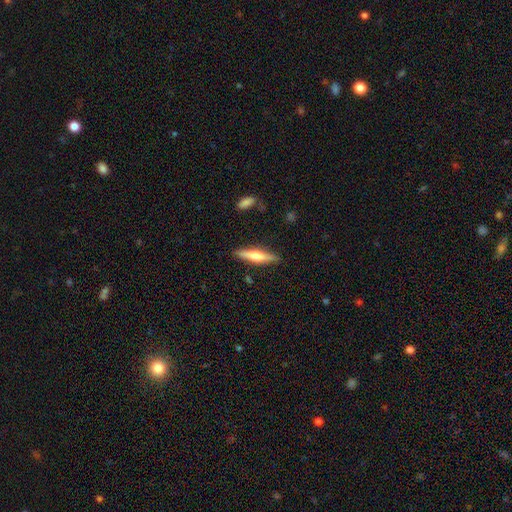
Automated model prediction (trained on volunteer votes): Q: Smooth or featured?
A: featured or disk (48%); runner-up: smooth (46%)
Q: Merging?
A: none (88%); runner-up: minor disturbance (9%)